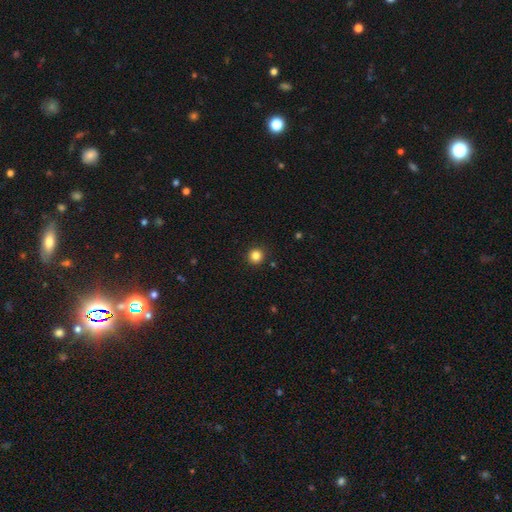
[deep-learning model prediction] A smooth galaxy with no disk features (84%) that is round (95%).

Vote fractions:
- Smooth or featured? smooth: 84% / star or artifact: 12% / featured or disk: 5%
- How rounded? round: 95% / in between: 4% / cigar-shaped: 1%
- Merging? none: 93% / minor disturbance: 5% / major disturbance: 2% / merger: 1%